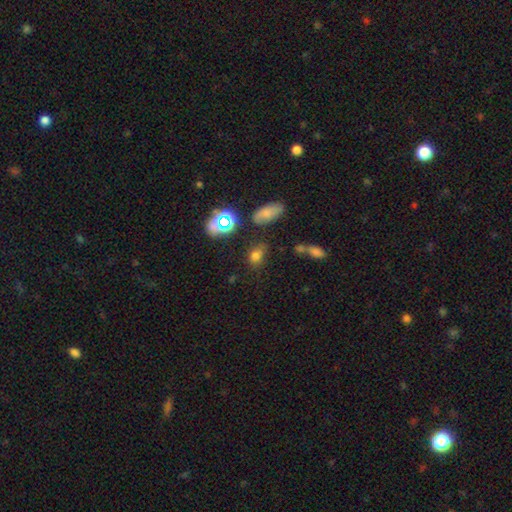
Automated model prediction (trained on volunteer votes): Smooth or featured? Predicted: smooth (p=0.66). How rounded? Predicted: in between (p=0.62). Merging? Predicted: none (p=0.66).